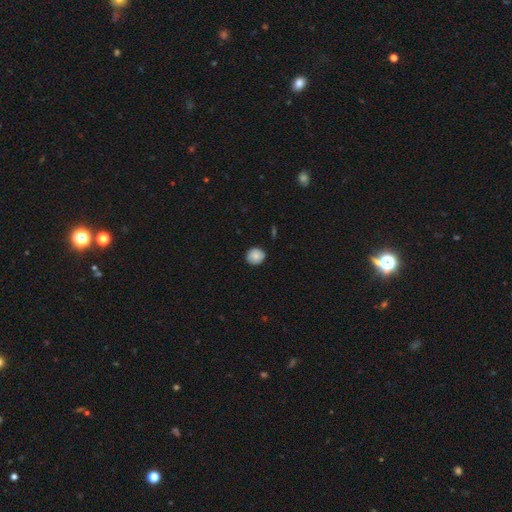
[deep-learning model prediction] smooth_or_featured: smooth (p=0.81) [alt: featured or disk p=0.11]
how_rounded: round (p=0.84) [alt: in between p=0.15]
merging: none (p=0.84) [alt: minor disturbance p=0.13]